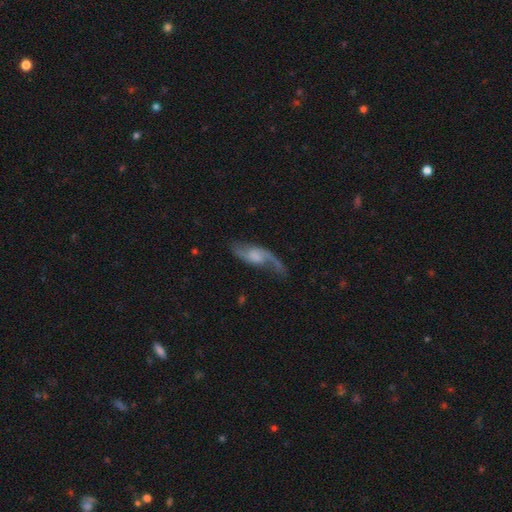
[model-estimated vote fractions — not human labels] This appears to be a featured or disk galaxy (81%) with no bar (53%), 2 (86%) loose (75%) spiral arms (94%) and no central bulge (29%). Merging: none (65%).